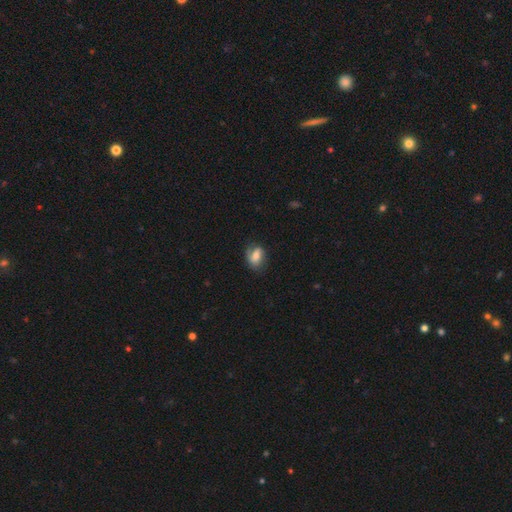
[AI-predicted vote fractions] This is possibly a smooth galaxy (57%). How rounded: likely in between (72%). Merging: possibly none (59%).